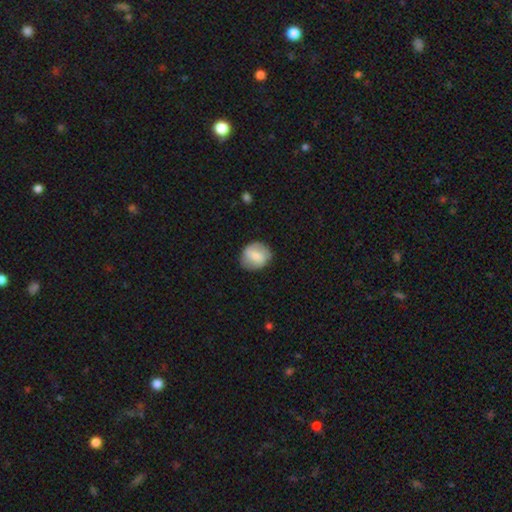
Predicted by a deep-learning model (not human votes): Overall: smooth (66%; featured or disk 28%). How rounded: round (79%). Merging: none (83%).